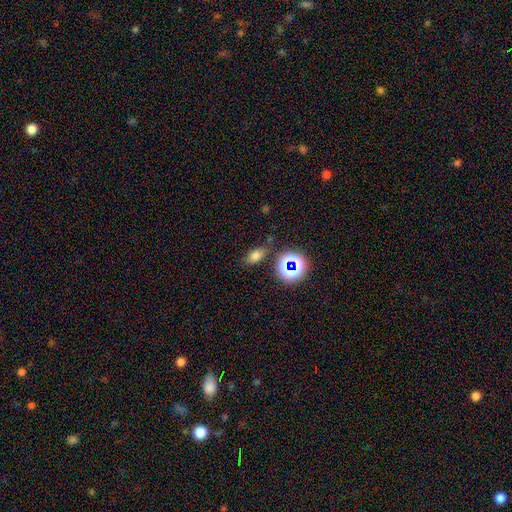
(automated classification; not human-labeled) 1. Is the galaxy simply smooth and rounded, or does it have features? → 70% smooth, 20% star or artifact, 9% featured or disk.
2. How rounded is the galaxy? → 81% in between, 14% round, 5% cigar-shaped.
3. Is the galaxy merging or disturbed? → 78% none, 12% minor disturbance, 5% merger, 4% major disturbance.